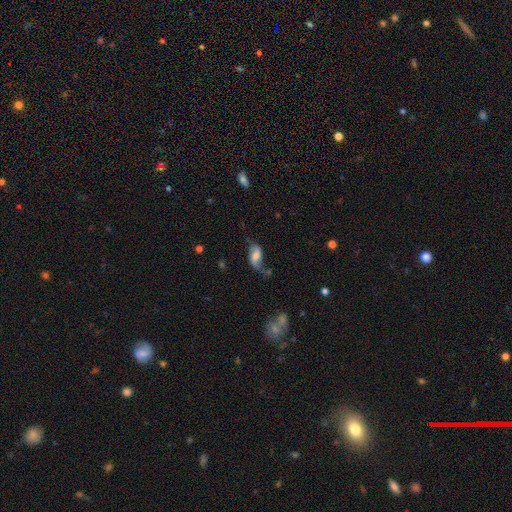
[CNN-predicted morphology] A featured or disk galaxy (68%) with a weak bar (42%), 2 (87%) loose (77%) spiral arms (88%) and a moderate central bulge (54%). Merging: none (54%).